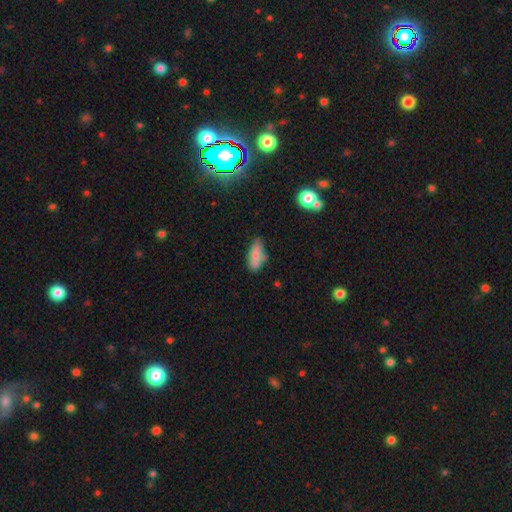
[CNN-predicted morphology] Smooth or featured? Predicted: smooth (p=0.71). How rounded? Predicted: in between (p=0.72). Merging? Predicted: none (p=0.56).